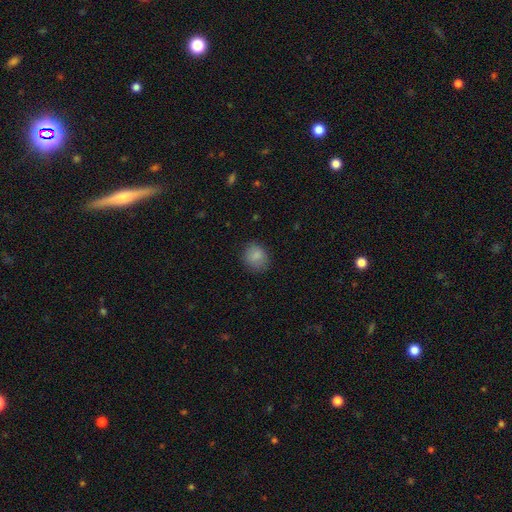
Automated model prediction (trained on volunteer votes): Smooth or featured? Predicted: smooth (p=0.86). How rounded? Predicted: round (p=0.69). Merging? Predicted: none (p=0.80).